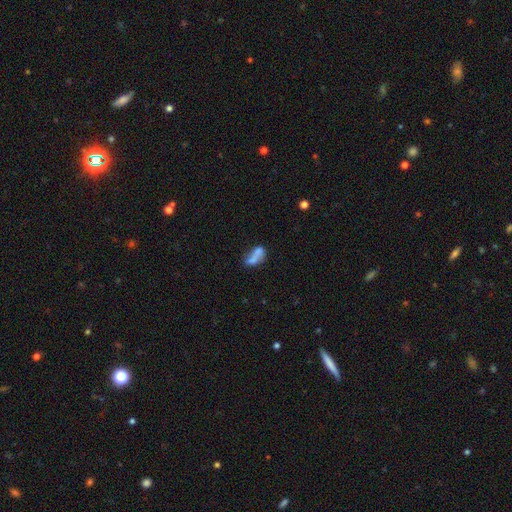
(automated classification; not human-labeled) Smooth or featured?
  - smooth: 62% *
  - featured or disk: 27%
  - star or artifact: 10%
How rounded?
  - in between: 80% *
  - round: 11%
  - cigar-shaped: 9%
Merging?
  - merger: 50% *
  - none: 25%
  - minor disturbance: 14%
  - major disturbance: 12%